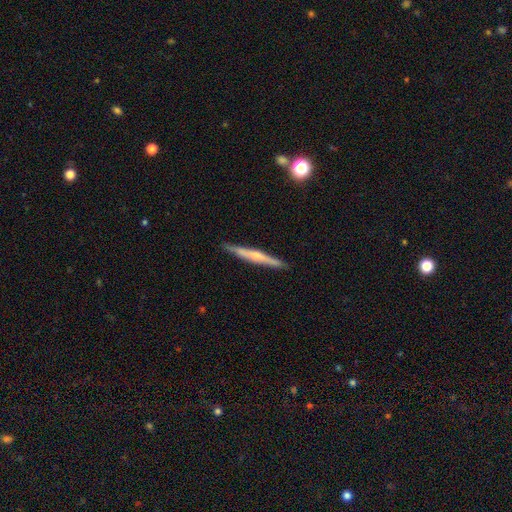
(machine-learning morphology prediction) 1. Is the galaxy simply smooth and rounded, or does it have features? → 62% featured or disk, 32% smooth, 6% star or artifact.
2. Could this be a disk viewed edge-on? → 97% yes, 3% no.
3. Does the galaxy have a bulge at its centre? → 64% rounded, 27% none, 10% boxy.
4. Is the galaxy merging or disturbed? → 89% none, 8% minor disturbance, 1% major disturbance, 1% merger.